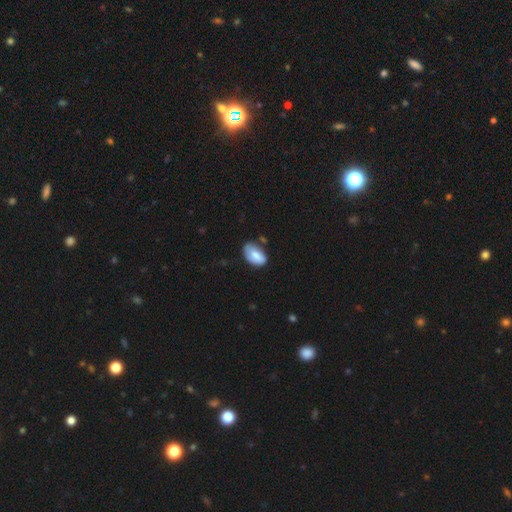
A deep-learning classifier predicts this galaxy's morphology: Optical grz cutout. It shows a smooth galaxy with no disk features (72%) that is in between round and cigar-shaped (92%). Merging: none (55%).